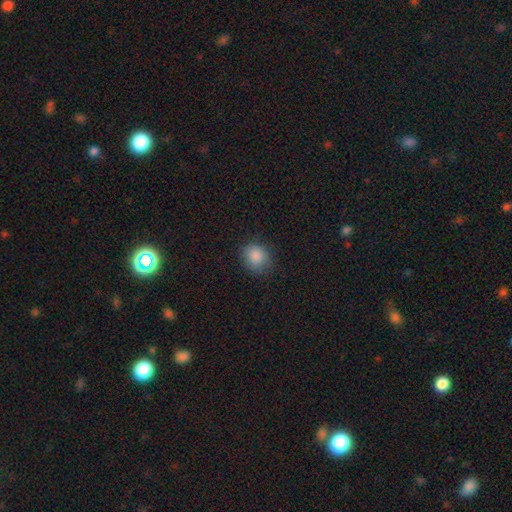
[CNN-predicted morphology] Smooth or featured?
  - smooth: 87% *
  - star or artifact: 9%
  - featured or disk: 4%
How rounded?
  - round: 76% *
  - in between: 23%
  - cigar-shaped: 1%
Merging?
  - none: 81% *
  - minor disturbance: 14%
  - major disturbance: 4%
  - merger: 1%